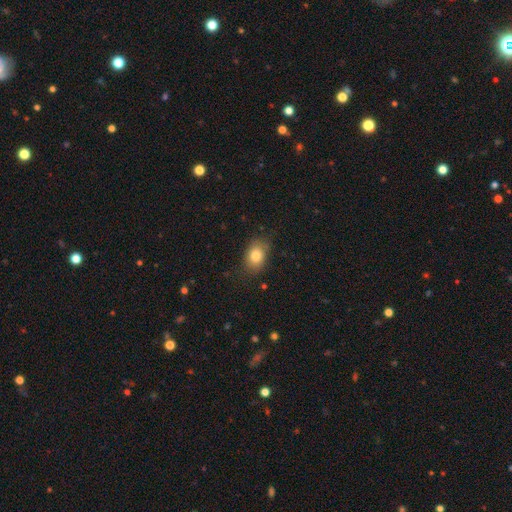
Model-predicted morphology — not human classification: Q: Smooth or featured?
A: smooth (81%); runner-up: featured or disk (10%)
Q: How rounded?
A: in between (75%); runner-up: round (24%)
Q: Merging?
A: none (77%); runner-up: minor disturbance (18%)